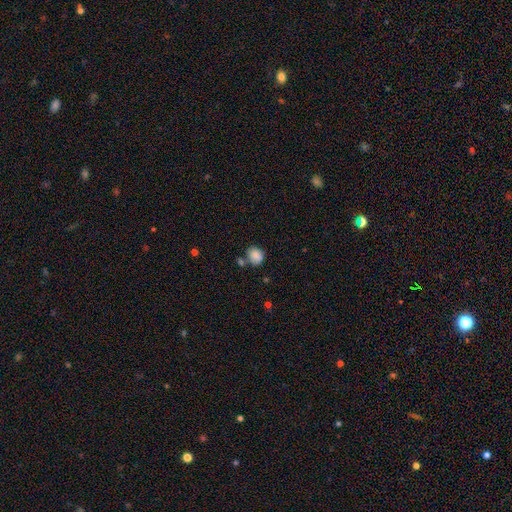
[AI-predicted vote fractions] The model was most divided on "how rounded": round: 64%, in between: 35%, cigar-shaped: 1%. More confident: smooth or featured — smooth (83%); merging — none (58%).